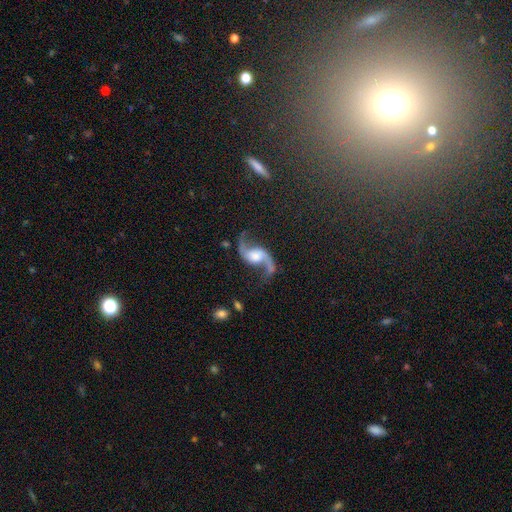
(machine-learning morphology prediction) type=featured or disk (91%); edge-on=no (97%); bar=no (51%); spiral arms=yes (98%); winding=loose (86%); arm count=2 (95%); bulge=moderate (33%); merging=none (76%).